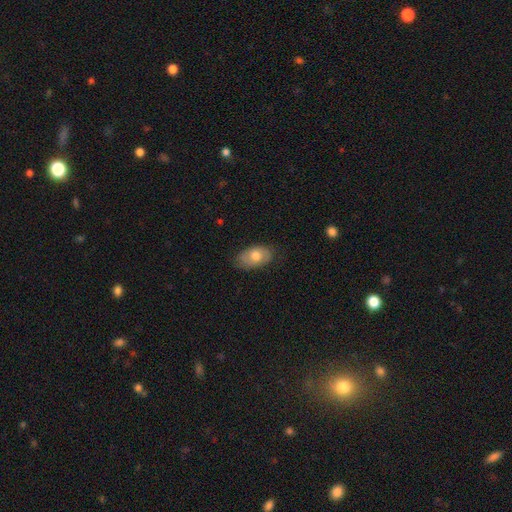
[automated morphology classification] smooth 69%, featured or disk 24%, star or artifact 7%. Down the decision tree: how rounded — in between (91%); merging — none (74%).